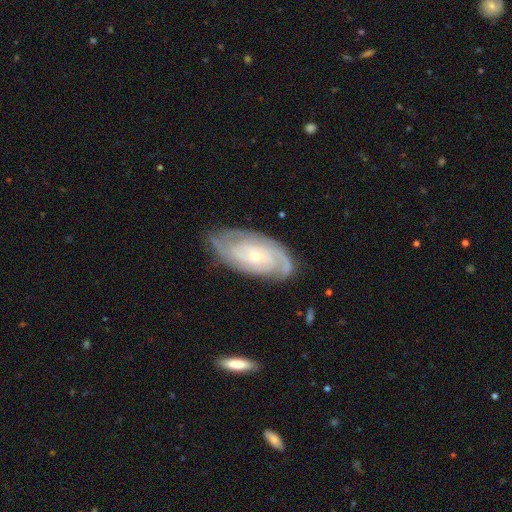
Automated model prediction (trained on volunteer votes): Overall: featured or disk (85%). Edge-on disk: no (95%). Bar: no (72%). Spiral arms: yes (96%). Spiral arm count: 2 (34%; can't tell 30%). Spiral winding: tight (70%). Bulge size: small (75%). Merging: none (75%).